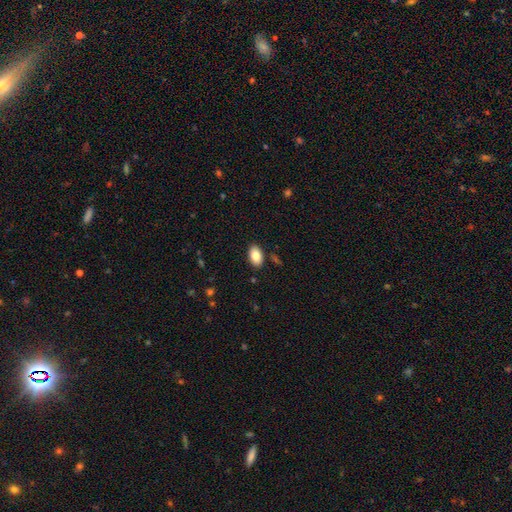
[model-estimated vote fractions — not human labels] Overall: smooth (84%). How rounded: in between (92%). Merging: none (88%).